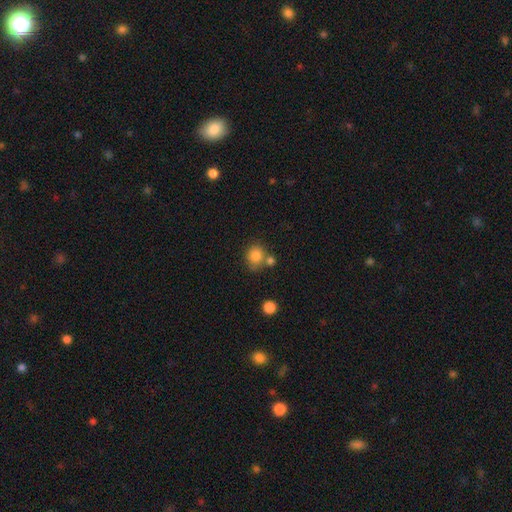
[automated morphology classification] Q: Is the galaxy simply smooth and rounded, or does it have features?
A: smooth — 82%.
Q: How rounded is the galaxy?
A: round — 77%.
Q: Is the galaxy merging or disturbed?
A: none — 60%.